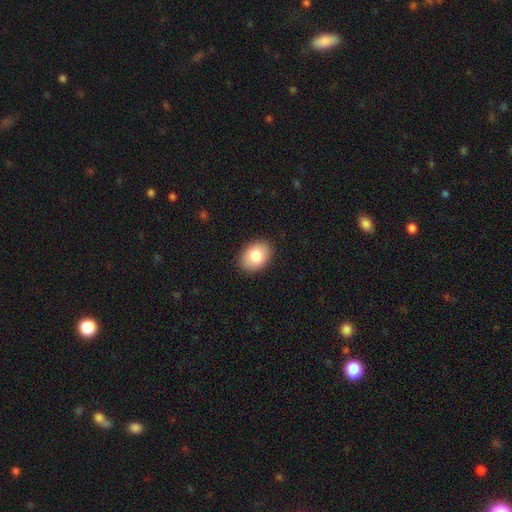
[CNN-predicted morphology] smooth 83%, featured or disk 10%, star or artifact 7%. Down the decision tree: how rounded — in between (78%); merging — none (89%).